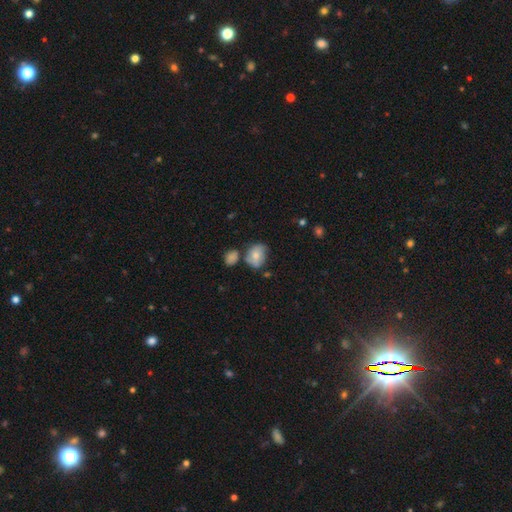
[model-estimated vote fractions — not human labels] Morphology: type=smooth (65%); roundness=in between (56%); merging=none (49%).